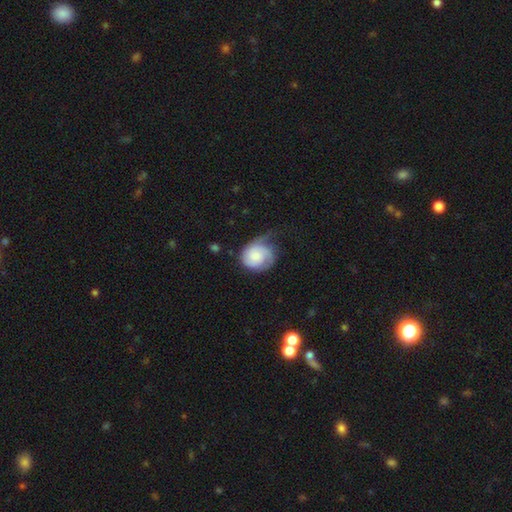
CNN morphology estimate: Smooth or featured? Predicted: smooth (p=0.49). Merging? Predicted: minor disturbance (p=0.38).